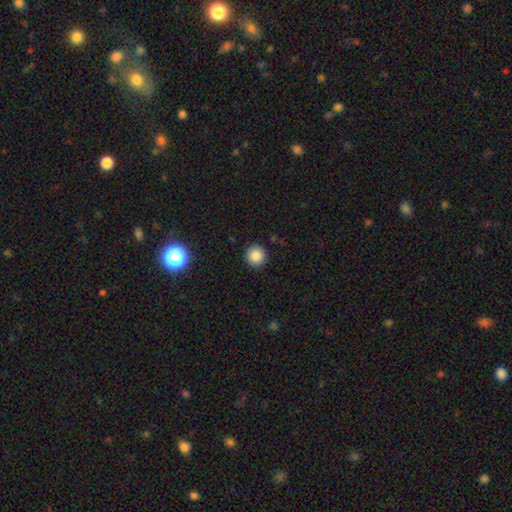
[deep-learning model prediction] smooth_or_featured: smooth (p=0.86) [alt: star or artifact p=0.10]
how_rounded: round (p=0.95) [alt: in between p=0.04]
merging: none (p=0.92) [alt: minor disturbance p=0.05]